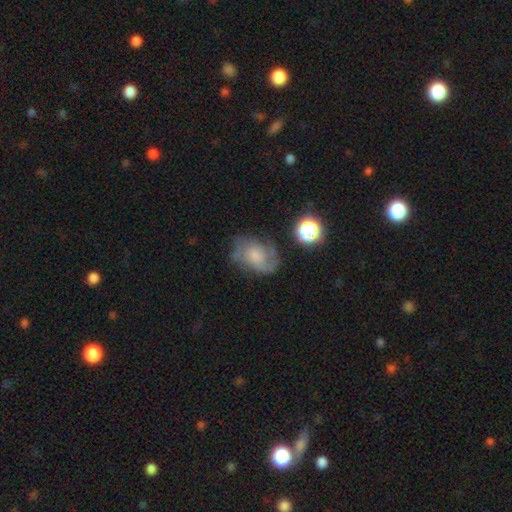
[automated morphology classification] type=featured or disk (58%); edge-on=no (97%); bar=no (75%); spiral arms=yes (83%); bulge=small (37%); merging=none (54%).